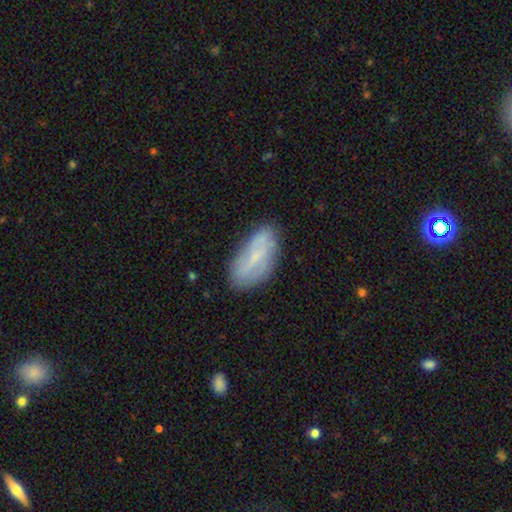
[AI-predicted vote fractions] The model was most divided on "smooth or featured": smooth: 55%, featured or disk: 37%, star or artifact: 8%. More confident: how rounded — in between (87%); merging — none (73%).